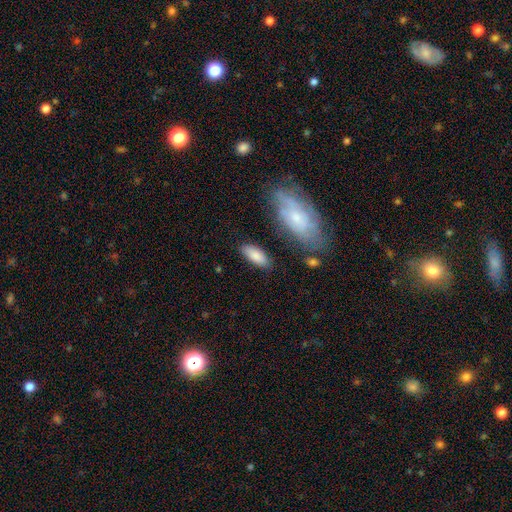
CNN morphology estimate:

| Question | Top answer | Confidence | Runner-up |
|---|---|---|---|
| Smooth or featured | smooth | 84% | featured or disk (10%) |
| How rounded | in between | 79% | cigar-shaped (19%) |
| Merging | none | 78% | minor disturbance (14%) |